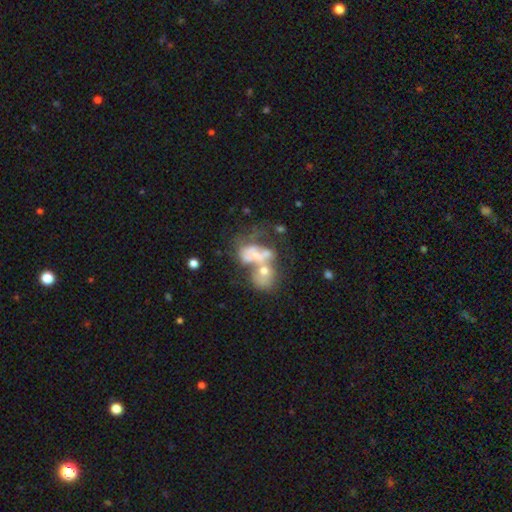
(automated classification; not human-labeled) A featured or disk galaxy (53%) with no bar (87%), no spiral arms (89%) and a moderate central bulge (34%).

Vote fractions:
- Smooth or featured? featured or disk: 53% / smooth: 33% / star or artifact: 13%
- Edge-on disk? no: 97% / yes: 3%
- Bar? no: 87% / weak: 9% / strong: 4%
- Spiral arms? no: 89% / yes: 11%
- Bulge size? moderate: 34% / none: 30% / small: 27% / large: 6% / dominant: 2%
- Merging? merger: 63% / major disturbance: 17% / none: 12% / minor disturbance: 8%